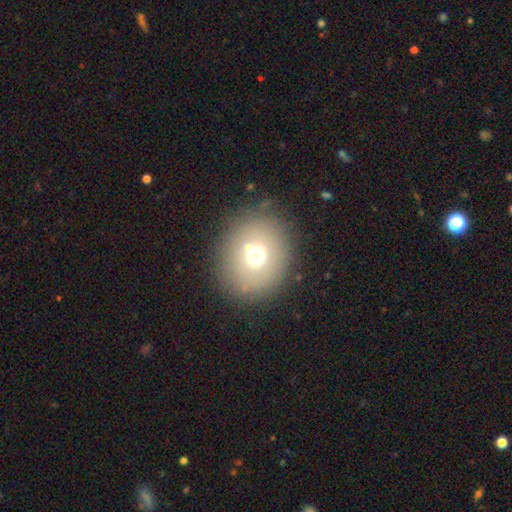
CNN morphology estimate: Overall: smooth (66%). How rounded: round (74%). Merging: none (81%).